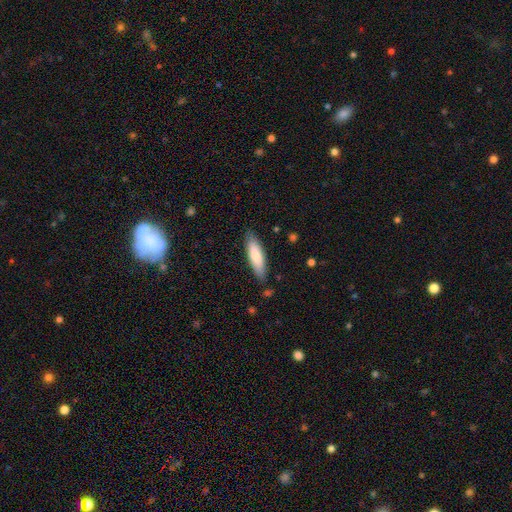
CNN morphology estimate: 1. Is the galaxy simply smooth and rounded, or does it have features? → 77% smooth, 18% featured or disk, 5% star or artifact.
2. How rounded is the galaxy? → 58% cigar-shaped, 40% in between, 1% round.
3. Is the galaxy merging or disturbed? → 85% none, 12% minor disturbance, 2% major disturbance, 2% merger.